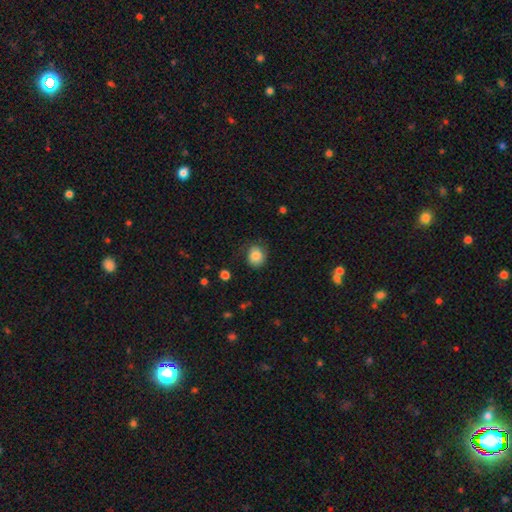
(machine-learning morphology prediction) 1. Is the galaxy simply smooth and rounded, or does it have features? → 80% smooth, 11% featured or disk, 8% star or artifact.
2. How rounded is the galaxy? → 67% round, 32% in between, 1% cigar-shaped.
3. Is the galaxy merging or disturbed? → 69% none, 22% minor disturbance, 8% major disturbance, 1% merger.